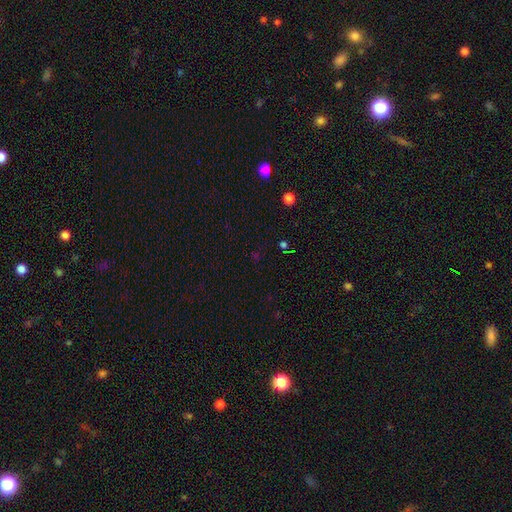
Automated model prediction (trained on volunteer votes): Overall: star or artifact (63%; smooth 29%).